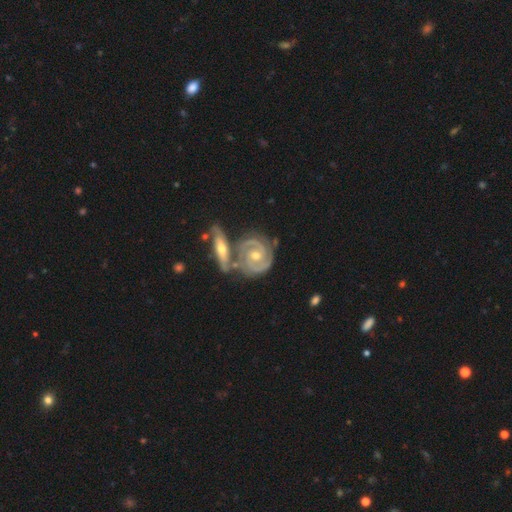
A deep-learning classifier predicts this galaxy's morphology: Smooth or featured? Predicted: featured or disk (p=0.90). Edge-on disk? Predicted: no (p=0.96). Bar? Predicted: no (p=0.62). Spiral arms? Predicted: yes (p=0.97). Spiral winding? Predicted: tight (p=0.70). Spiral arm count? Predicted: 2 (p=0.76). Bulge size? Predicted: moderate (p=0.61). Merging? Predicted: none (p=0.56).